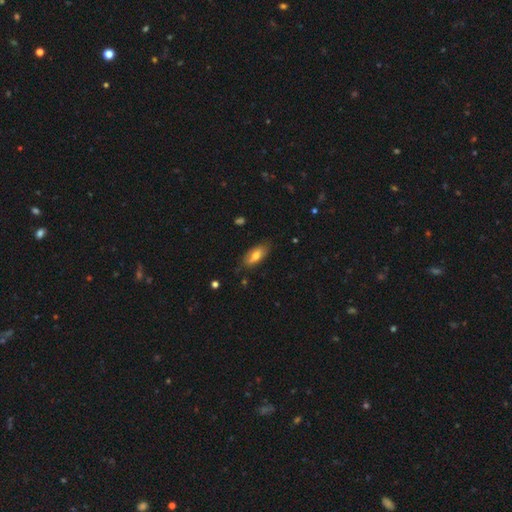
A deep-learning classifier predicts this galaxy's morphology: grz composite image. It shows a smooth galaxy with no disk features (69%) that is in between round and cigar-shaped (82%). Merging: none (76%).